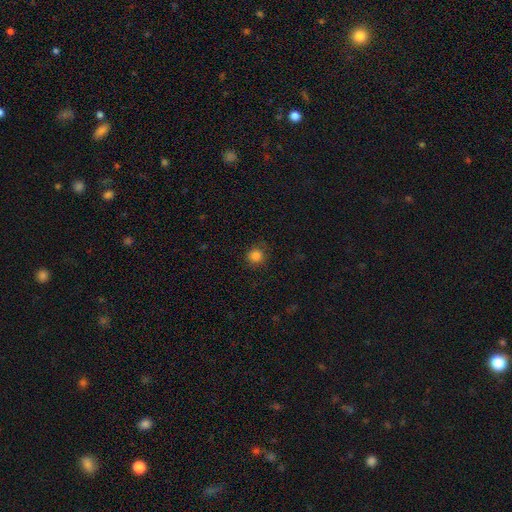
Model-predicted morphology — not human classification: Smooth or featured? Predicted: smooth (p=0.84). How rounded? Predicted: round (p=0.92). Merging? Predicted: none (p=0.85).